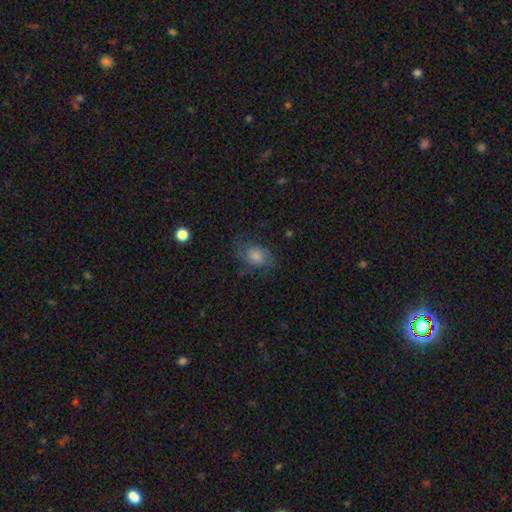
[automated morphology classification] A smooth galaxy with no disk features (43%).

Vote fractions:
- Smooth or featured? smooth: 43% / featured or disk: 42% / star or artifact: 15%
- Merging? none: 69% / minor disturbance: 19% / major disturbance: 11% / merger: 1%